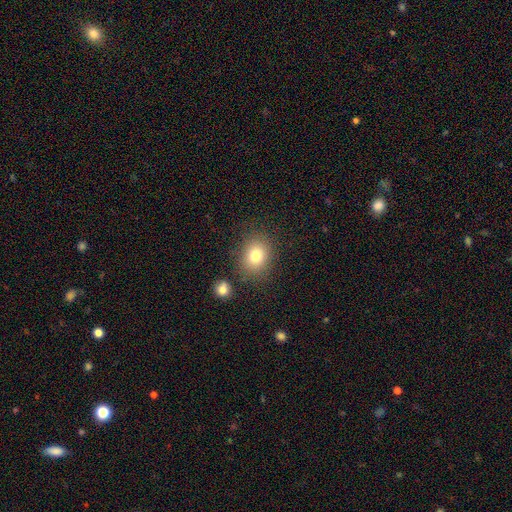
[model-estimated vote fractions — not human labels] A smooth galaxy with no disk features (79%) that is round (54%).

Vote fractions:
- Smooth or featured? smooth: 79% / star or artifact: 12% / featured or disk: 10%
- How rounded? round: 54% / in between: 45% / cigar-shaped: 1%
- Merging? none: 80% / minor disturbance: 12% / merger: 5% / major disturbance: 4%